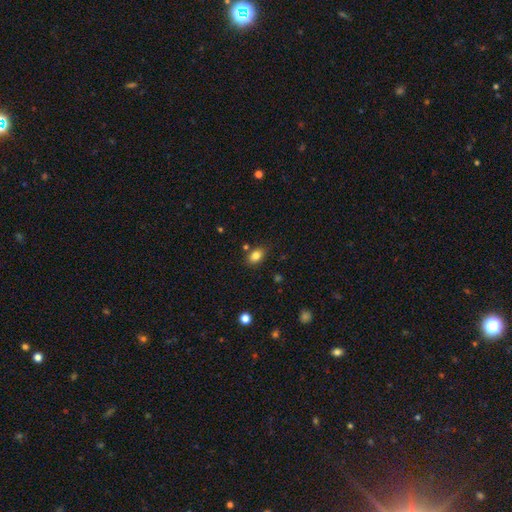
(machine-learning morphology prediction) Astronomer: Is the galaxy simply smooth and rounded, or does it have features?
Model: smooth — 83%.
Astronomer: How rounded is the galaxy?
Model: in between — 81%.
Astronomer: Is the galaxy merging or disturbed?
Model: none — 78%.